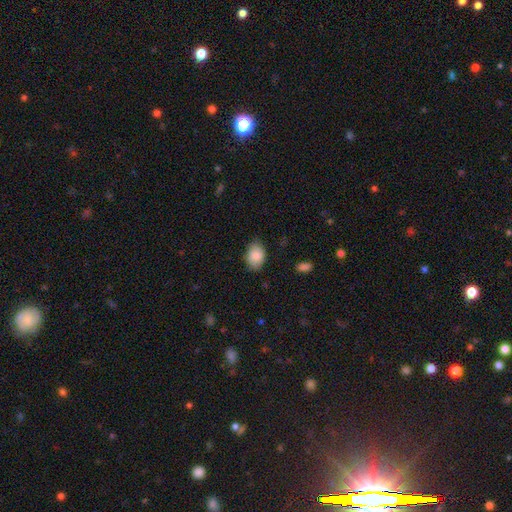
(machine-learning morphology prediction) Smooth or featured? smooth (85%)
How rounded? in between (80%)
Merging? none (75%)